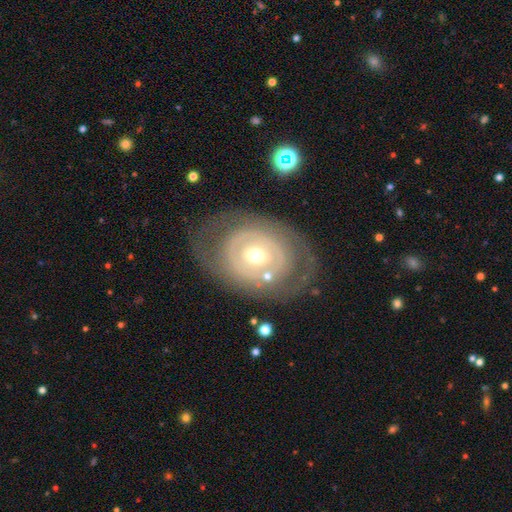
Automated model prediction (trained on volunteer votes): smooth-or-featured: featured or disk: 71% | smooth: 23% | star or artifact: 6%
  disk-edge-on: no: 95% | yes: 5%
    bar: no: 77% | weak: 17% | strong: 6%
    has-spiral-arms: no: 57% | yes: 43%
    bulge-size: moderate: 58% | small: 36% | large: 4% | dominant: 1% | none: 1%
  merging: none: 72% | minor disturbance: 15% | major disturbance: 10% | merger: 3%